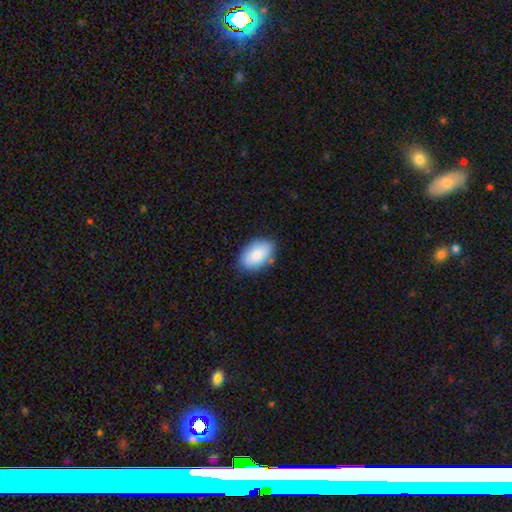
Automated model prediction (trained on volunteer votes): Smooth or featured? Predicted: smooth (p=0.86). How rounded? Predicted: in between (p=0.93). Merging? Predicted: none (p=0.80).